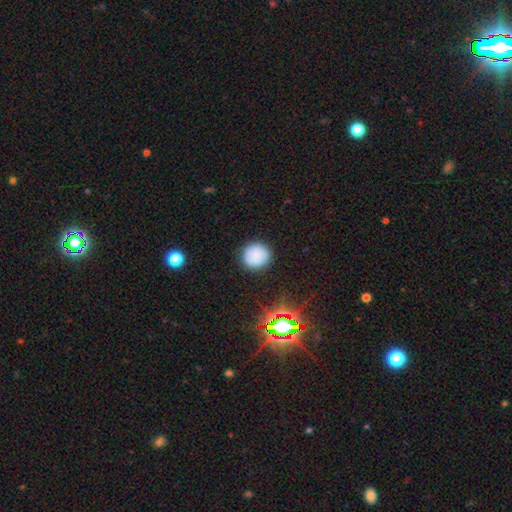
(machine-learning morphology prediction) A smooth galaxy with no disk features (81%) that is round (92%).

Vote fractions:
- Smooth or featured? smooth: 81% / star or artifact: 12% / featured or disk: 7%
- How rounded? round: 92% / in between: 7% / cigar-shaped: 1%
- Merging? none: 88% / minor disturbance: 8% / major disturbance: 2% / merger: 1%